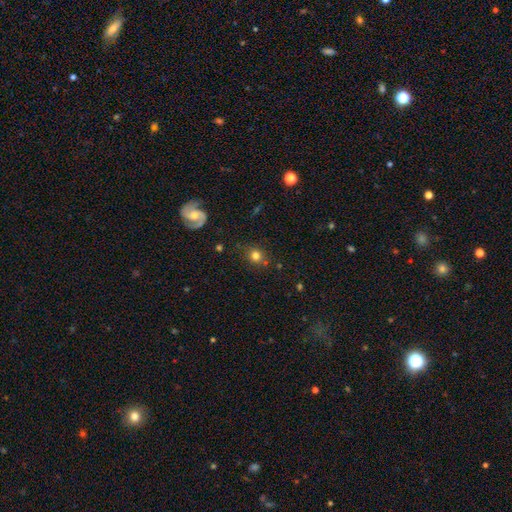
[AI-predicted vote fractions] This appears to be a smooth galaxy with no disk features (75%) that is round (82%). Merging: none (81%).